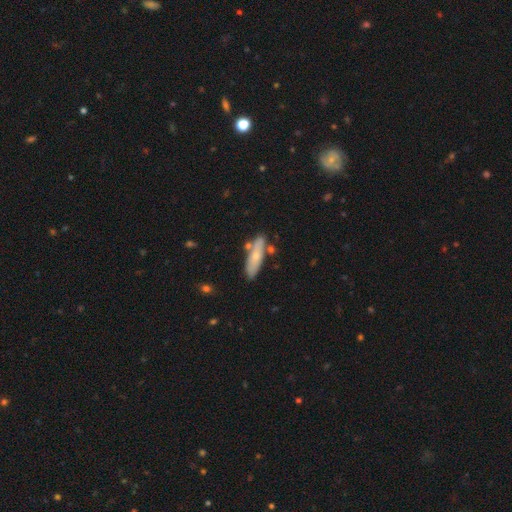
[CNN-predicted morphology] This is likely a smooth galaxy (63%). How rounded: likely cigar-shaped (65%). Merging: likely none (76%).